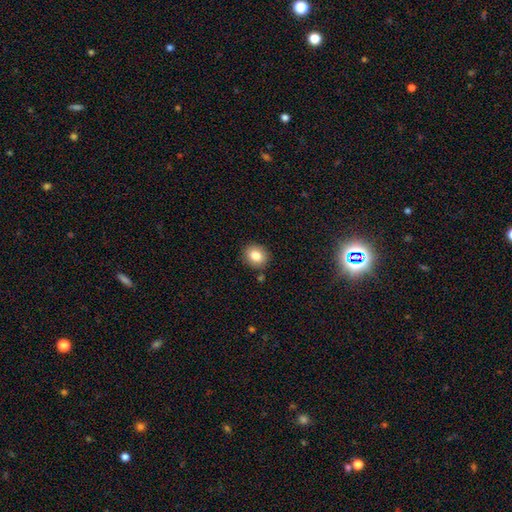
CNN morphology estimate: type=smooth (82%); roundness=round (68%); merging=none (86%).